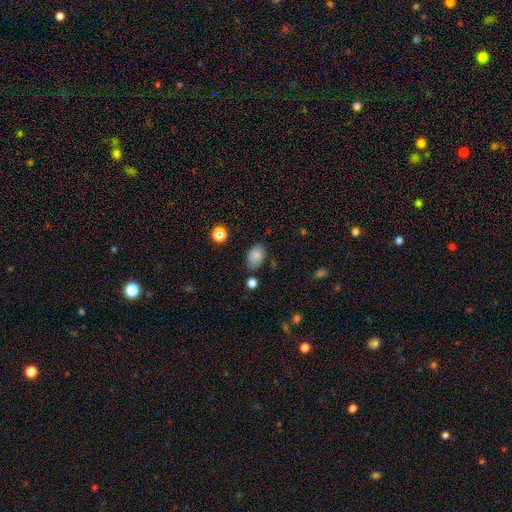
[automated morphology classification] The model was most divided on "merging": none: 74%, minor disturbance: 17%, merger: 4%, major disturbance: 4%. More confident: how rounded — in between (86%); smooth or featured — smooth (84%).